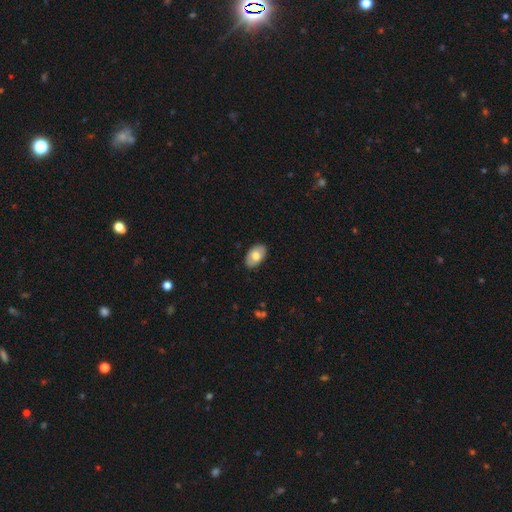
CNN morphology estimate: Q: Smooth or featured?
A: smooth (68%); runner-up: featured or disk (26%)
Q: How rounded?
A: in between (92%); runner-up: round (7%)
Q: Merging?
A: none (87%); runner-up: minor disturbance (10%)